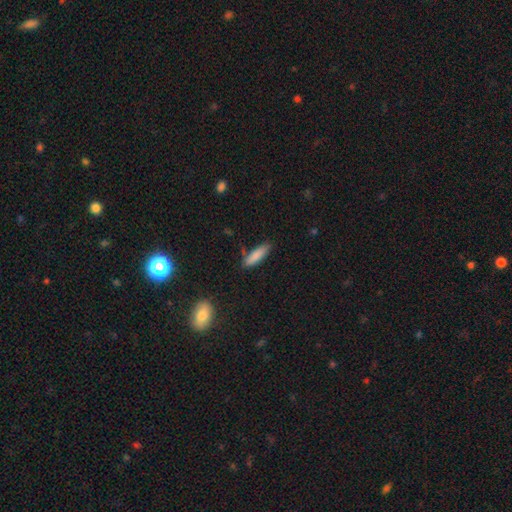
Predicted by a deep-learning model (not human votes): Overall: smooth (85%). How rounded: cigar-shaped (59%; in between 40%). Merging: none (76%).